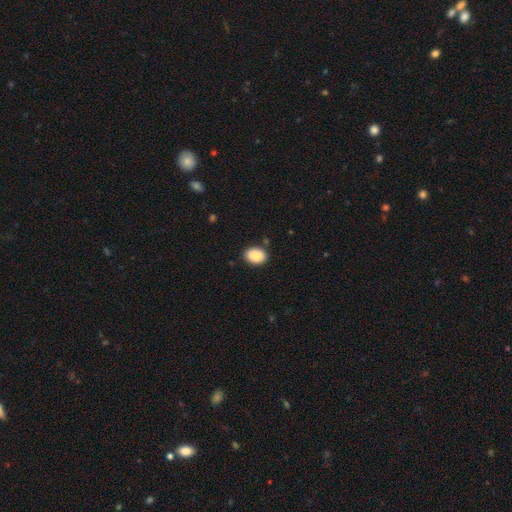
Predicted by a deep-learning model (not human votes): Q: Smooth or featured?
A: smooth (86%); runner-up: star or artifact (7%)
Q: How rounded?
A: in between (75%); runner-up: round (24%)
Q: Merging?
A: none (87%); runner-up: minor disturbance (9%)